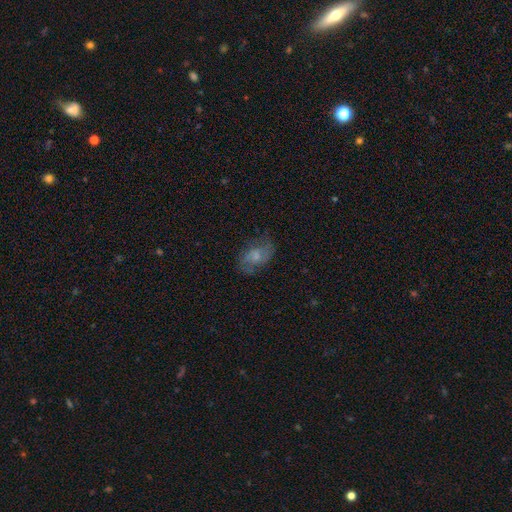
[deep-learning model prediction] smooth_or_featured: smooth (p=0.46) [alt: featured or disk p=0.45]
merging: none (p=0.63) [alt: minor disturbance p=0.22]